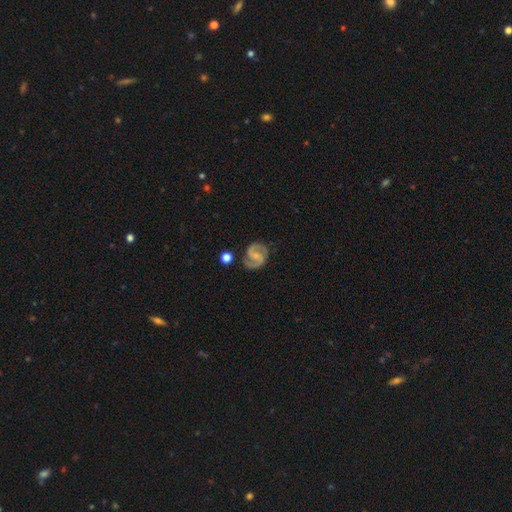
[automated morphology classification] smooth-or-featured: featured or disk: 86% | smooth: 9% | star or artifact: 5%
  disk-edge-on: no: 98% | yes: 2%
    bar: weak: 47% | no: 35% | strong: 18%
    has-spiral-arms: yes: 97% | no: 3%
      spiral-winding: medium: 58% | tight: 26% | loose: 16%
      spiral-arm-count: 2: 92% | can't tell: 3% | 1: 2% | 3: 1% | 4: 1% | more than 4: 1%
    bulge-size: small: 52% | none: 27% | moderate: 19% | large: 2% | dominant: 1%
  merging: none: 78% | minor disturbance: 14% | major disturbance: 5% | merger: 3%